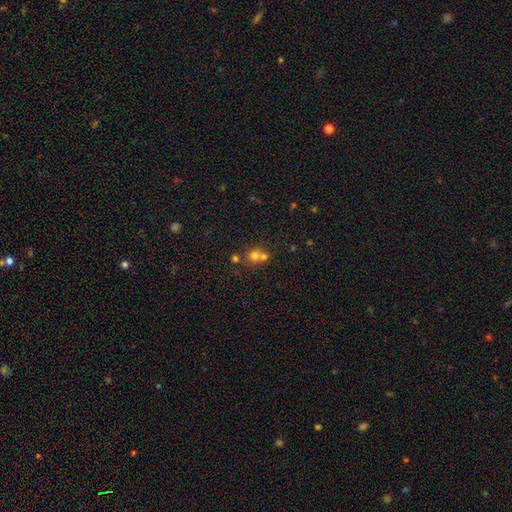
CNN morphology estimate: Smooth or featured?
  - smooth: 68% *
  - star or artifact: 18%
  - featured or disk: 14%
How rounded?
  - round: 83% *
  - in between: 16%
  - cigar-shaped: 1%
Merging?
  - merger: 50% *
  - none: 42%
  - minor disturbance: 6%
  - major disturbance: 3%